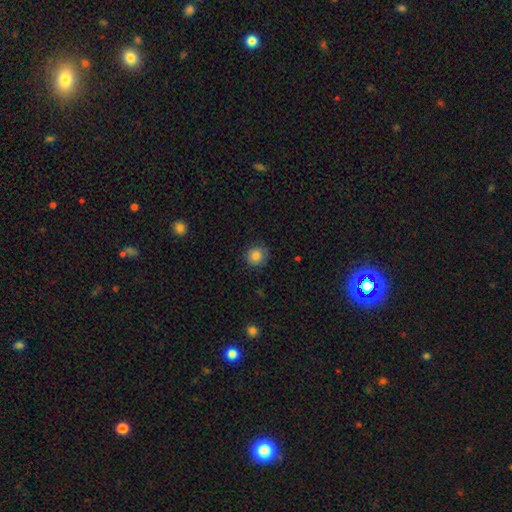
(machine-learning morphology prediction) smooth-or-featured: smooth: 85% | star or artifact: 10% | featured or disk: 5%
  how-rounded: round: 92% | in between: 7% | cigar-shaped: 1%
  merging: none: 88% | minor disturbance: 9% | major disturbance: 2% | merger: 1%